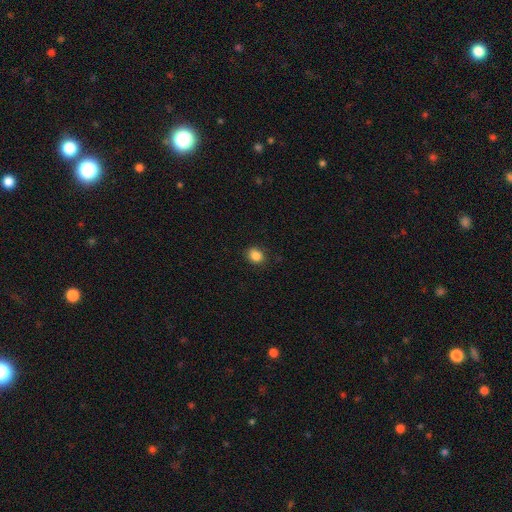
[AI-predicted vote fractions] A smooth galaxy with no disk features (85%) that is round (62%).

Vote fractions:
- Smooth or featured? smooth: 85% / star or artifact: 11% / featured or disk: 4%
- How rounded? round: 62% / in between: 37% / cigar-shaped: 1%
- Merging? none: 88% / minor disturbance: 9% / major disturbance: 2% / merger: 1%